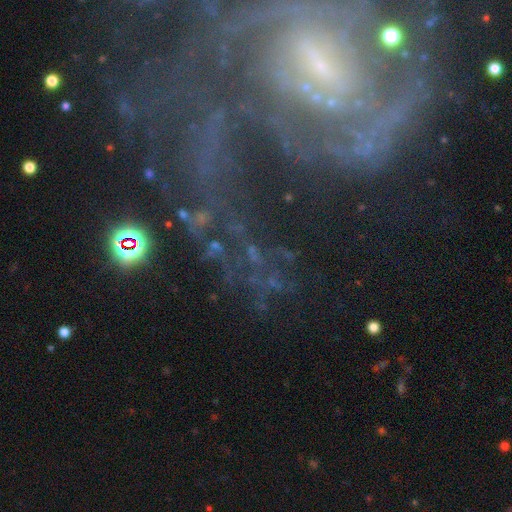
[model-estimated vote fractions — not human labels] A featured or disk galaxy (53%).

Vote fractions:
- Smooth or featured? featured or disk: 53% / star or artifact: 32% / smooth: 15%
- Edge-on disk? no: 89% / yes: 11%
- Merging? none: 57% / major disturbance: 19% / minor disturbance: 15% / merger: 9%